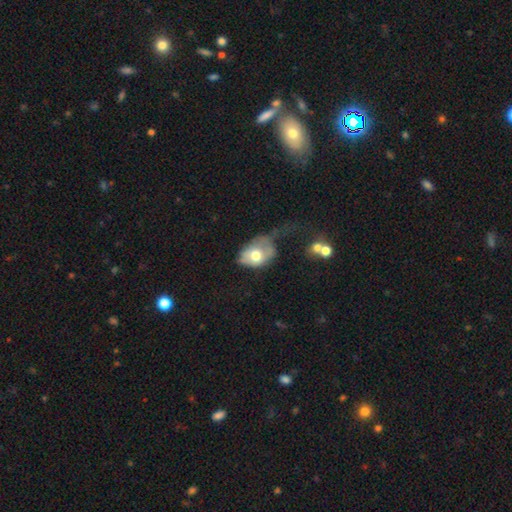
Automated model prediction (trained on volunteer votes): Morphology: type=smooth (59%); roundness=in between (71%); merging=major disturbance (46%).